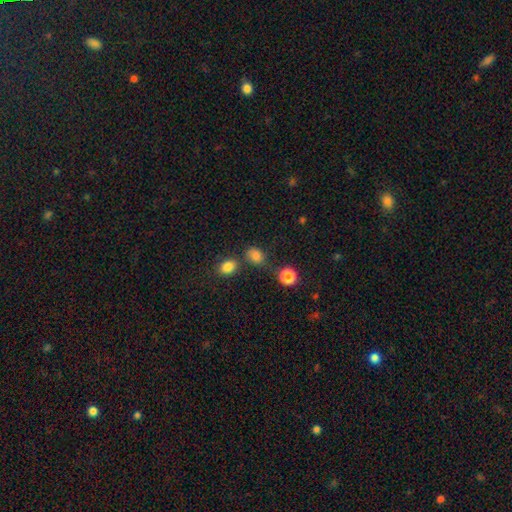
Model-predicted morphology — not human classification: Q: Smooth or featured?
A: smooth (80%); runner-up: star or artifact (14%)
Q: How rounded?
A: round (49%); tied with: in between (49%)
Q: Merging?
A: none (60%); runner-up: minor disturbance (18%)